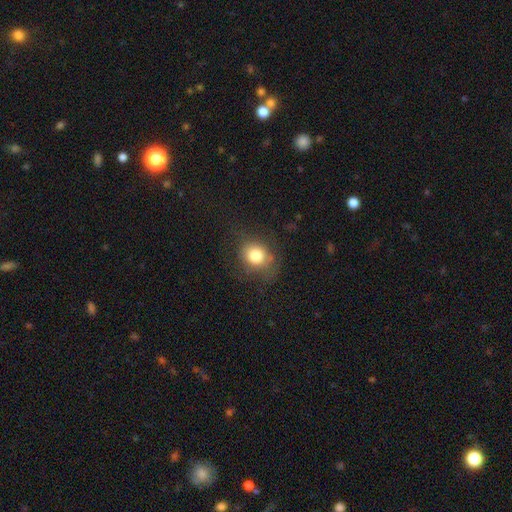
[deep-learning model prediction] This appears to be a smooth galaxy with no disk features (79%) that is round (71%). Merging: none (69%).